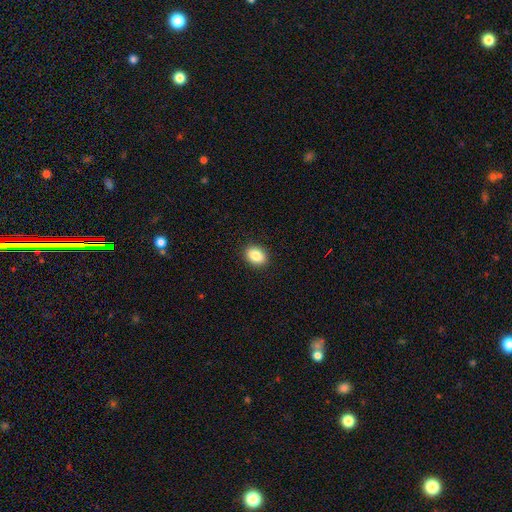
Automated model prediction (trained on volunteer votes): smooth 86%, star or artifact 8%, featured or disk 6%. Down the decision tree: how rounded — in between (71%); merging — none (91%).